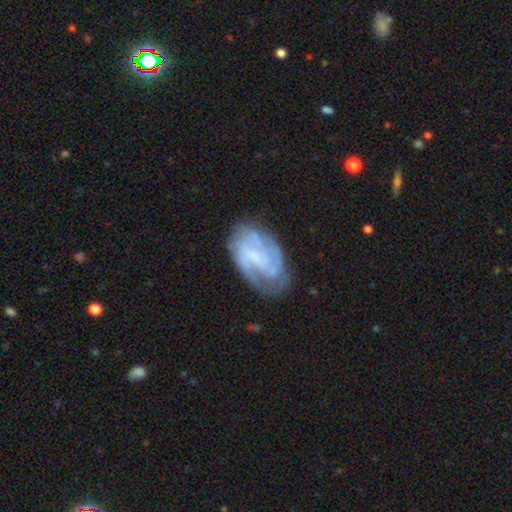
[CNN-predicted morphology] The model was most divided on "bulge size" (2-way tie): small: 40%, none: 40%, moderate: 17%, large: 3%, dominant: 1%. Remaining: edge-on disk — no (97%); spiral arms — yes (89%); smooth or featured — featured or disk (75%); merging — none (66%); spiral winding — tight (46%); bar — weak (46%); spiral arm count — 2 (34%).